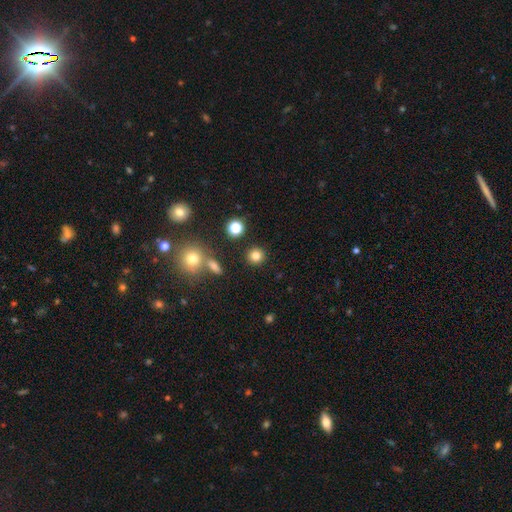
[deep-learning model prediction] A smooth galaxy with no disk features (80%) that is round (92%). Merging: none (87%).